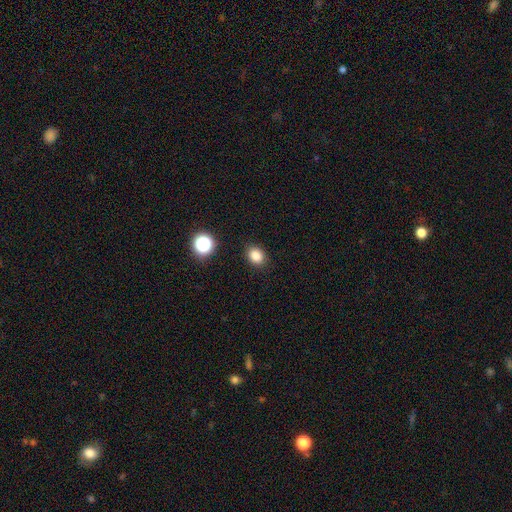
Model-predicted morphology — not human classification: Smooth or featured? Predicted: smooth (p=0.83). How rounded? Predicted: round (p=0.50). Merging? Predicted: none (p=0.88).